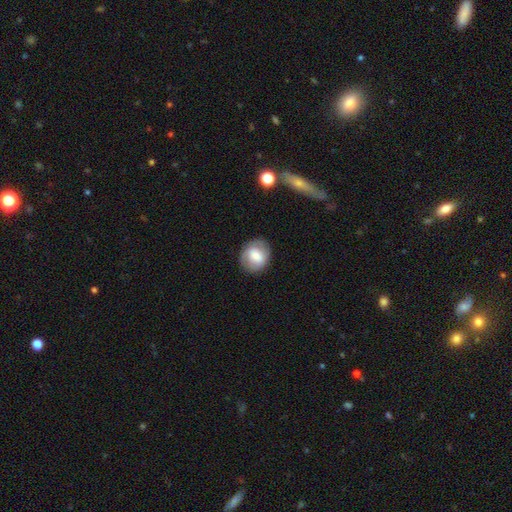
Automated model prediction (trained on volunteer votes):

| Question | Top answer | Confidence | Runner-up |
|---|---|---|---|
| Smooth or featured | smooth | 65% | featured or disk (27%) |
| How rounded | round | 68% | in between (31%) |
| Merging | none | 82% | minor disturbance (13%) |